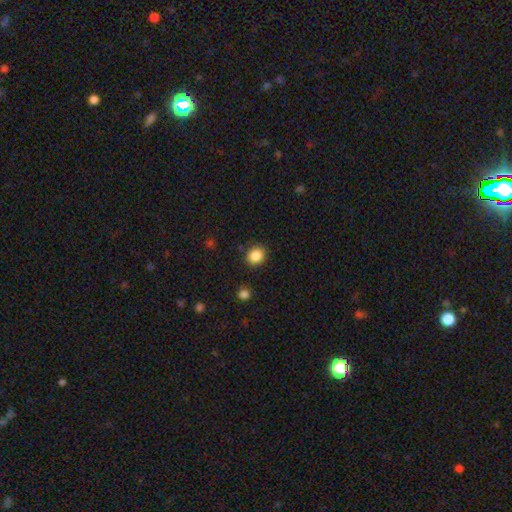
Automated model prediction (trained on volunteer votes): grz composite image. It shows a smooth galaxy with no disk features (87%) that is round (74%). Merging: none (86%).